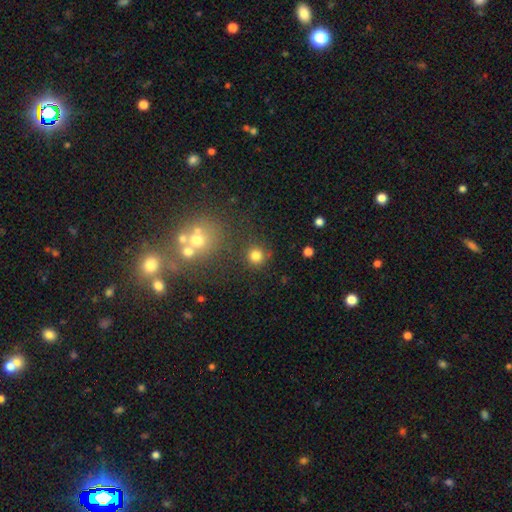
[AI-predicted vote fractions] A smooth galaxy with no disk features (78%) that is round (94%). Merging: none (82%).